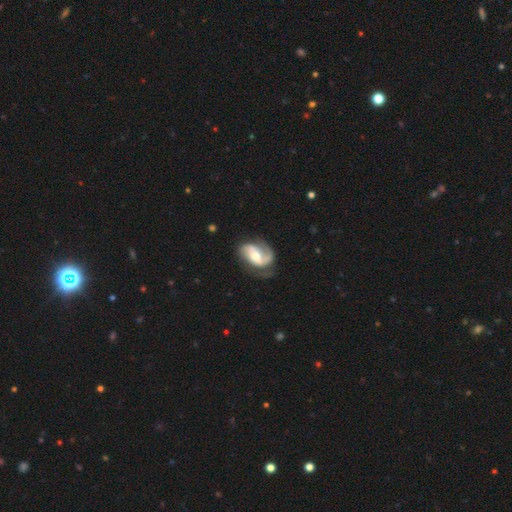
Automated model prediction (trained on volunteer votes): This is likely a featured or disk galaxy (79%). It is clearly not viewed edge-on (97%). Bar: marginally weak (40%, tied with no). Spiral arm pattern: clearly yes (93%). Spiral arm count: likely 2 (69%). Spiral winding: marginally medium (45%). Central bulge: possibly moderate (58%). Merging: possibly none (53%).